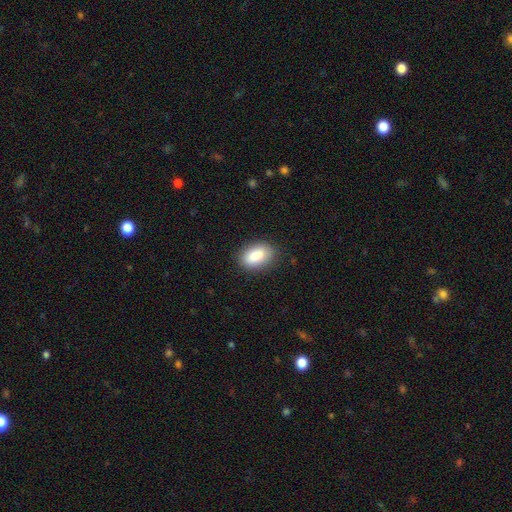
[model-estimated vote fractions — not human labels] Smooth or featured? Predicted: smooth (p=0.86). How rounded? Predicted: in between (p=0.90). Merging? Predicted: none (p=0.84).